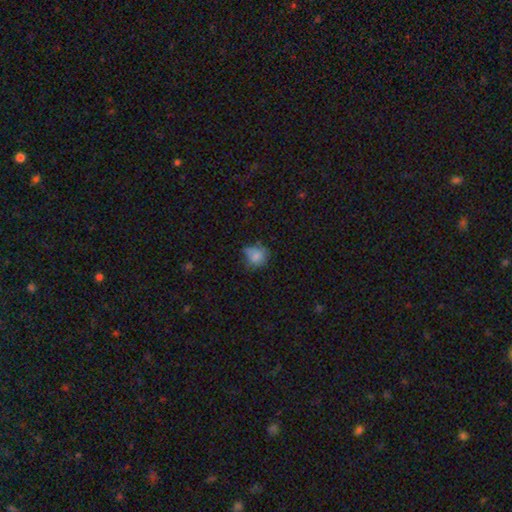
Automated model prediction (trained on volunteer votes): This appears to be a smooth galaxy with no disk features (76%) that is round (66%). Merging: none (50%).